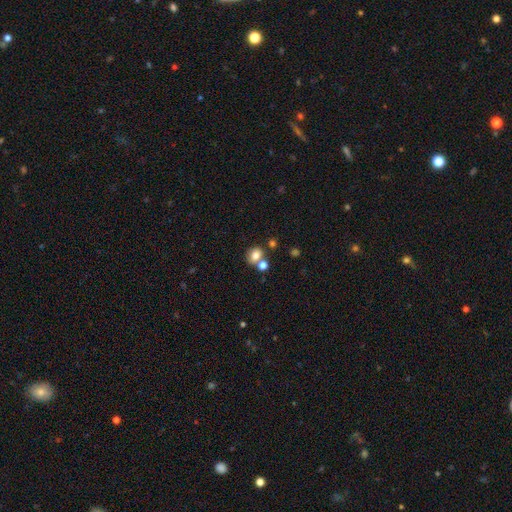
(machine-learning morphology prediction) A smooth galaxy with no disk features (77%) that is round (56%). Merging: none (60%).